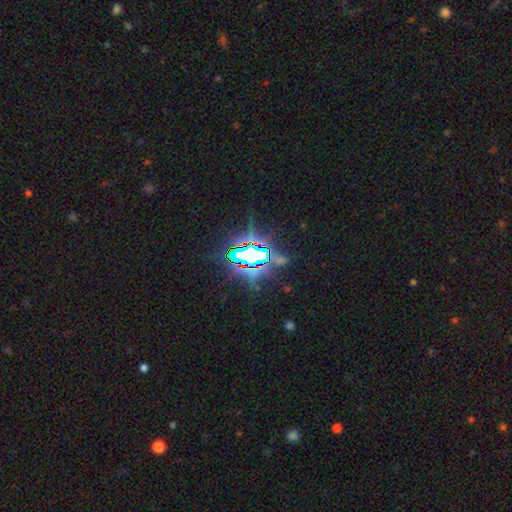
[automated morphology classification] Smooth or featured: star or artifact — 79% (featured or disk — 11%)